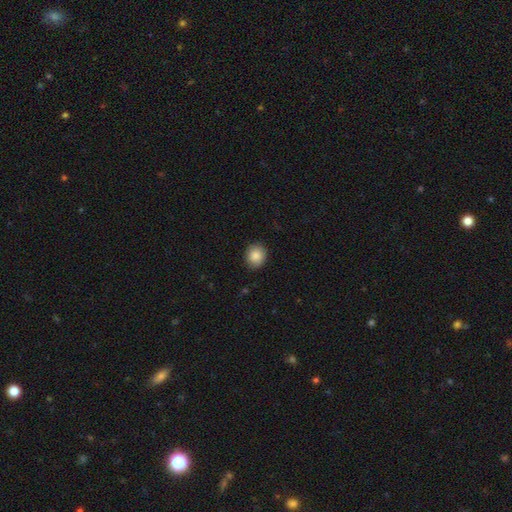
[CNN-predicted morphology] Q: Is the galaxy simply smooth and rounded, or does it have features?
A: smooth — 87%.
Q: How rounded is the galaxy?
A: round — 73%.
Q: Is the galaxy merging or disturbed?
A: none — 88%.